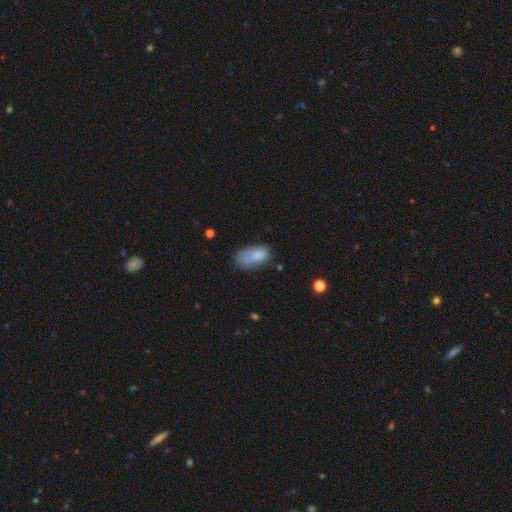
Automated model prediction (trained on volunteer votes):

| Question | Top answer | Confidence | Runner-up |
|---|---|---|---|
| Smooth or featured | smooth | 77% | featured or disk (14%) |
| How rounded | in between | 91% | round (4%) |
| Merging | none | 41% | minor disturbance (33%) |